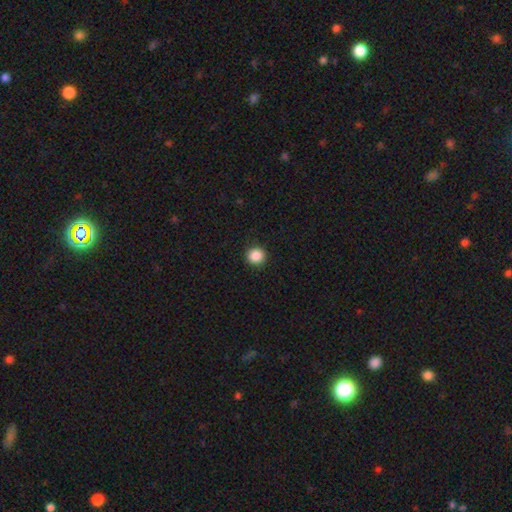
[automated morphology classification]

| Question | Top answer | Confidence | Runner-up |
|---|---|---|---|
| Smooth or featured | smooth | 88% | star or artifact (10%) |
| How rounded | round | 92% | in between (7%) |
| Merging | none | 92% | minor disturbance (5%) |